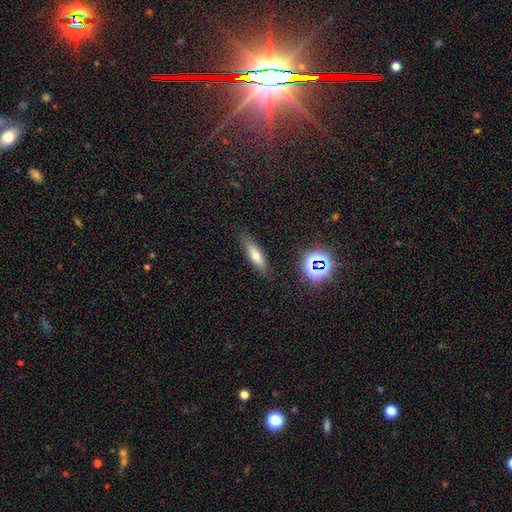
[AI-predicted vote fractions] The model was most divided on "how rounded": cigar-shaped: 58%, in between: 39%, round: 3%. More confident: merging — none (82%); smooth or featured — smooth (66%).